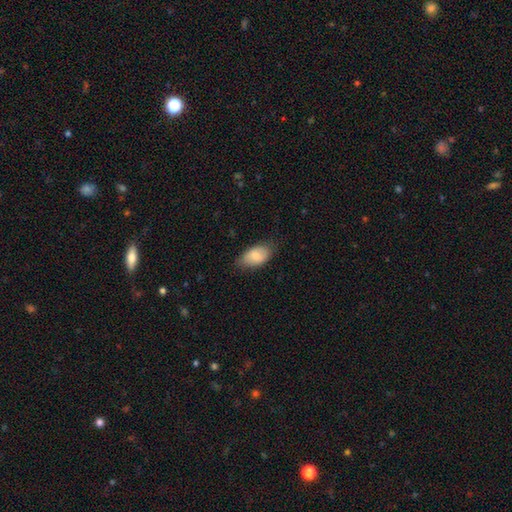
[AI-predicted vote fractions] smooth_or_featured: smooth (p=0.77) [alt: featured or disk p=0.17]
how_rounded: in between (p=0.93) [alt: round p=0.05]
merging: none (p=0.74) [alt: minor disturbance p=0.21]